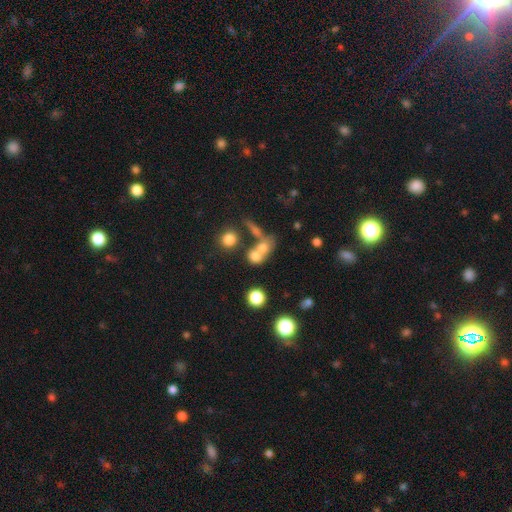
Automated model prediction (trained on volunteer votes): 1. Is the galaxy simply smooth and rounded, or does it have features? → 68% smooth, 17% featured or disk, 15% star or artifact.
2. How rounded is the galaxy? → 59% round, 38% in between, 3% cigar-shaped.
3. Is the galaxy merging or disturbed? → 56% merger, 30% none, 8% minor disturbance, 6% major disturbance.